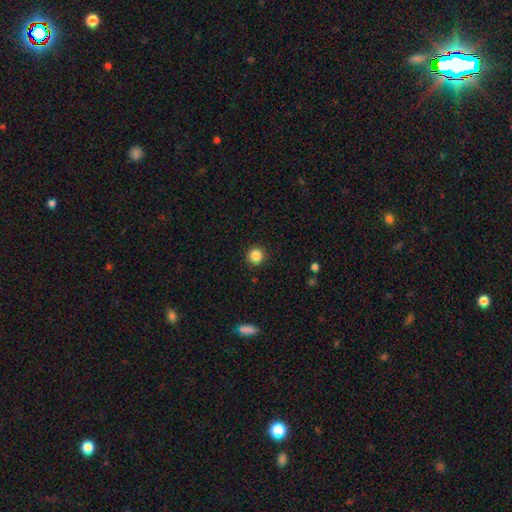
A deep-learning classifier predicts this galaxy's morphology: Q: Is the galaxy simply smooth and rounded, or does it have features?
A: smooth — 86%.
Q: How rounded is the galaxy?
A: round — 94%.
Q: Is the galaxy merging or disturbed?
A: none — 92%.